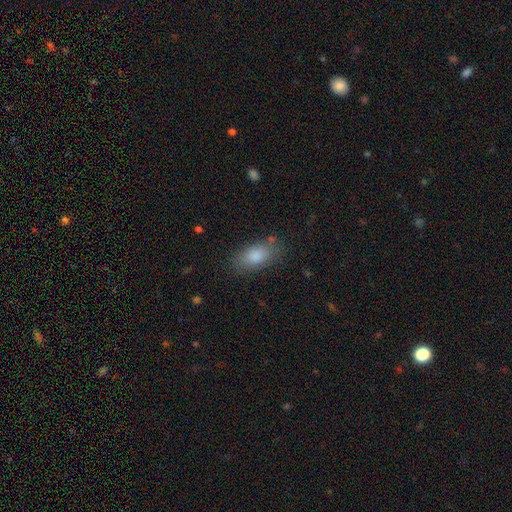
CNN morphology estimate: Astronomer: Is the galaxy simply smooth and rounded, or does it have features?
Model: smooth — 85%.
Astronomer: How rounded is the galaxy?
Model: in between — 89%.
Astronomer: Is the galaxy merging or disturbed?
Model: none — 78%.